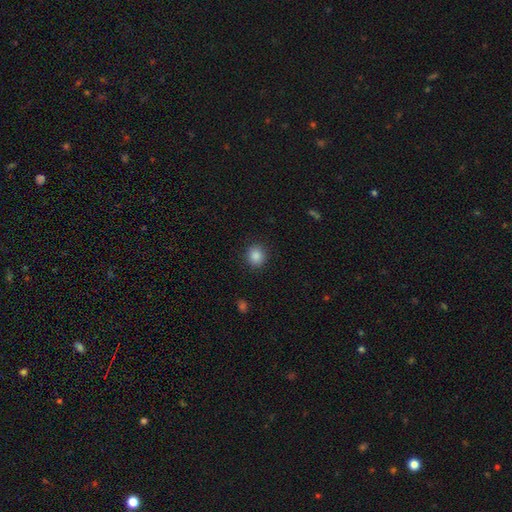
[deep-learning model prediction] Overall: smooth (87%). How rounded: round (82%). Merging: none (89%).